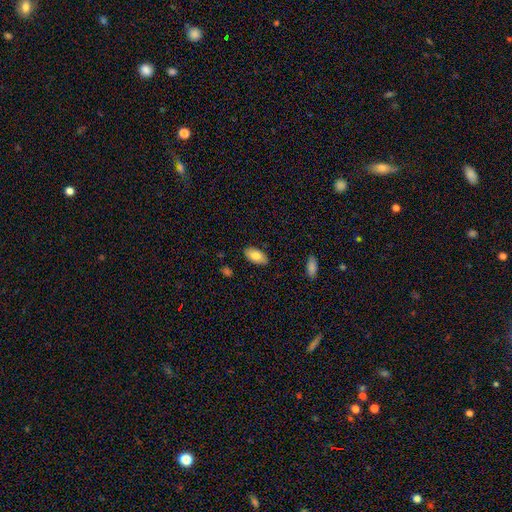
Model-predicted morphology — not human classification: smooth_or_featured: smooth (p=0.80) [alt: featured or disk p=0.13]
how_rounded: in between (p=0.94) [alt: round p=0.03]
merging: none (p=0.86) [alt: minor disturbance p=0.10]